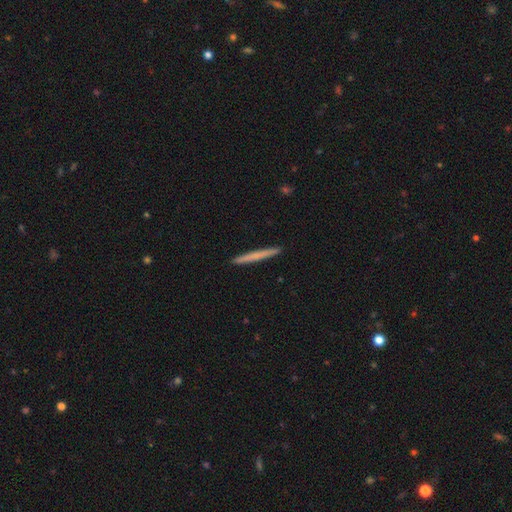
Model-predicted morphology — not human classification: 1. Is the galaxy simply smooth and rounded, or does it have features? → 61% smooth, 34% featured or disk, 5% star or artifact.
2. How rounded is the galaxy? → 97% cigar-shaped, 2% in between, 1% round.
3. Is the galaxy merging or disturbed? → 93% none, 5% minor disturbance, 1% major disturbance, 1% merger.